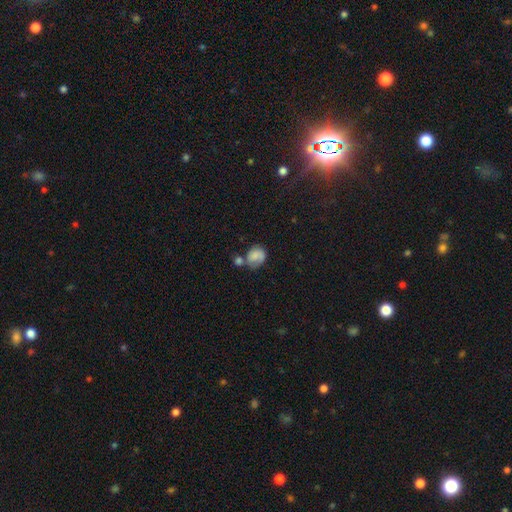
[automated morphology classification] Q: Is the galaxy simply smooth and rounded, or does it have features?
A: smooth — 62%.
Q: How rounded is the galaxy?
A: round — 56%.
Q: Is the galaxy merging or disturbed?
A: none — 36%.